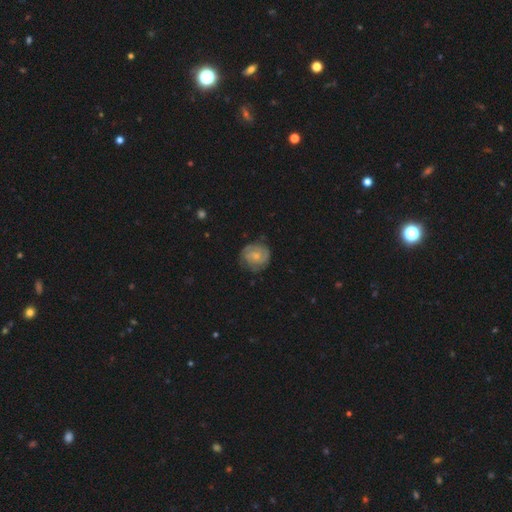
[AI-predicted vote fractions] Morphology: type=featured or disk (64%); edge-on=no (98%); bar=no (69%); spiral arms=yes (88%); winding=tight (63%); arm count=2 (35%); bulge=small (57%); merging=none (74%).